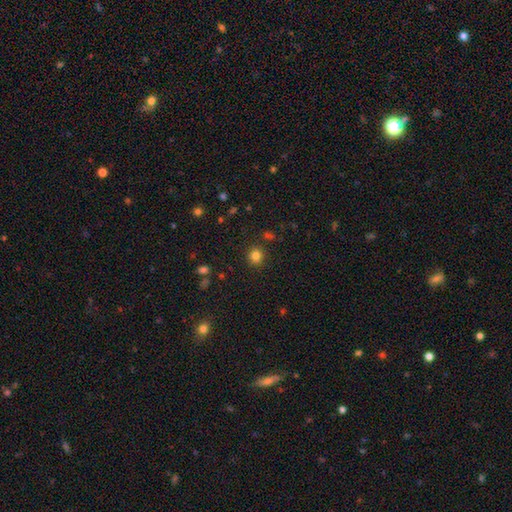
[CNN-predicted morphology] type=smooth (81%); roundness=round (86%); merging=none (88%).